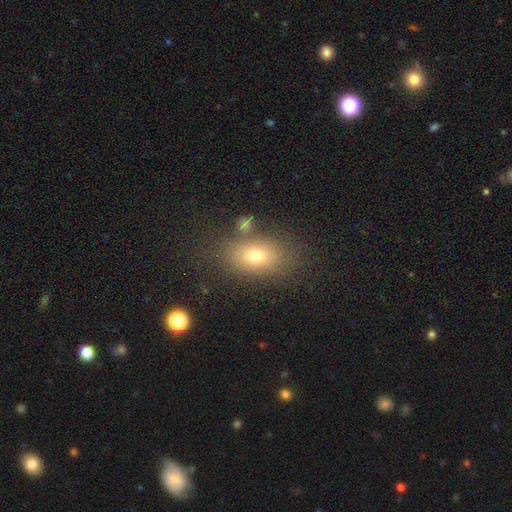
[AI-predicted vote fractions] Smooth or featured: smooth — 73% (featured or disk — 15%)
How rounded: in between — 82% (round — 16%)
Merging: none — 73% (minor disturbance — 13%)